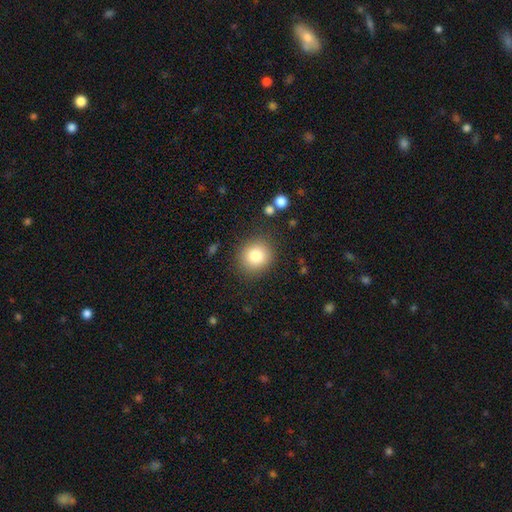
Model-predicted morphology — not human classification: A smooth galaxy with no disk features (83%) that is round (86%).

Vote fractions:
- Smooth or featured? smooth: 83% / star or artifact: 10% / featured or disk: 7%
- How rounded? round: 86% / in between: 13% / cigar-shaped: 1%
- Merging? none: 86% / minor disturbance: 9% / major disturbance: 3% / merger: 2%